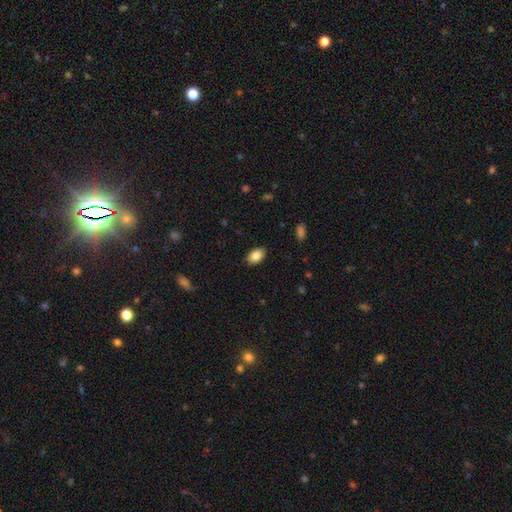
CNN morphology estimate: smooth 85%, featured or disk 7%, star or artifact 7%. Down the decision tree: how rounded — in between (90%); merging — none (88%).